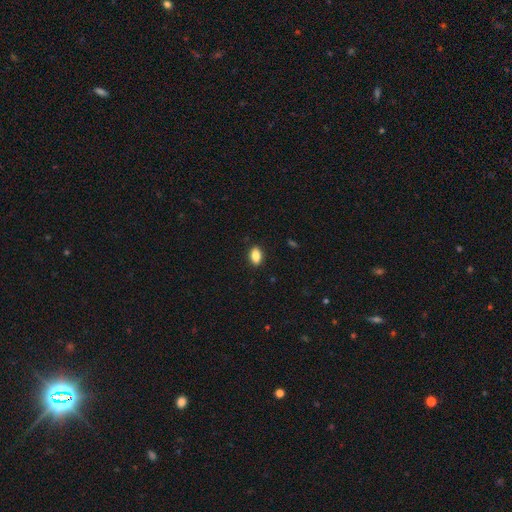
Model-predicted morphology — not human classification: This is clearly a smooth galaxy (87%). How rounded: clearly in between (89%). Merging: clearly none (89%).